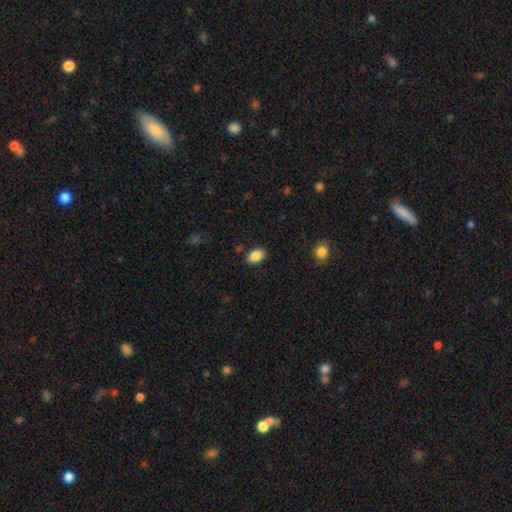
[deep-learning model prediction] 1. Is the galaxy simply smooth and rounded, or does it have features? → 87% smooth, 8% star or artifact, 5% featured or disk.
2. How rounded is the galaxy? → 89% in between, 10% round, 1% cigar-shaped.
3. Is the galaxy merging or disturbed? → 86% none, 10% minor disturbance, 2% major disturbance, 2% merger.